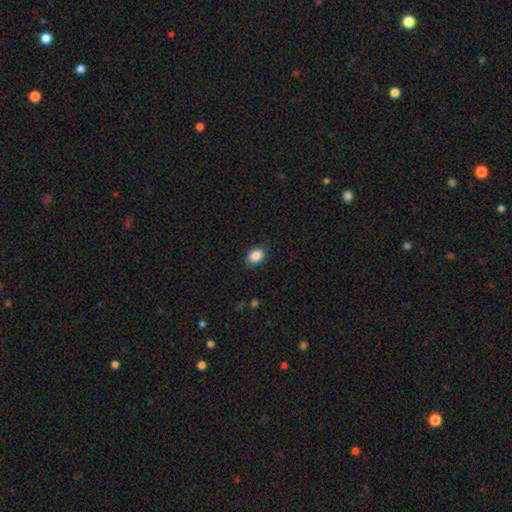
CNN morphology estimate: A smooth galaxy with no disk features (89%) that is in between round and cigar-shaped (74%).

Vote fractions:
- Smooth or featured? smooth: 89% / star or artifact: 8% / featured or disk: 3%
- How rounded? in between: 74% / round: 25% / cigar-shaped: 1%
- Merging? none: 86% / minor disturbance: 10% / major disturbance: 3% / merger: 1%